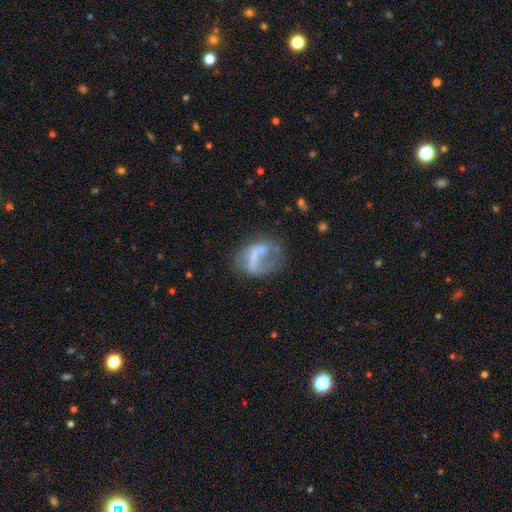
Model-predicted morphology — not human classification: The model was most divided on "smooth or featured": featured or disk: 47%, smooth: 42%, star or artifact: 11%. Remaining: merging — major disturbance (38%).